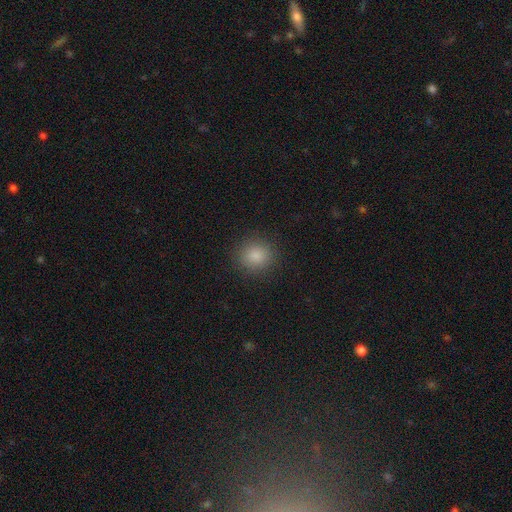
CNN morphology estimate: The model was most divided on "how rounded": round: 87%, in between: 12%, cigar-shaped: 1%. More confident: merging — none (90%); smooth or featured — smooth (86%).